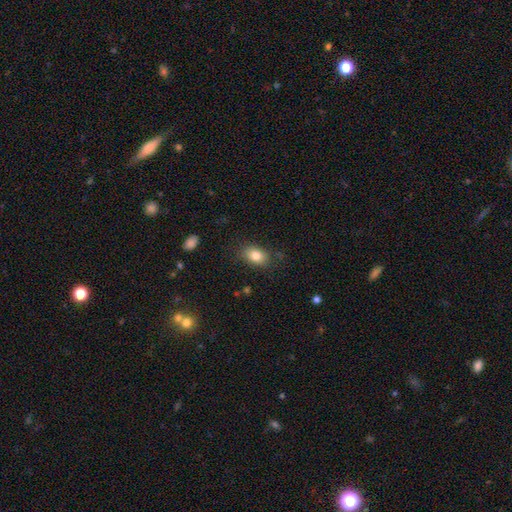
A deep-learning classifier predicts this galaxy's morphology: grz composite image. It shows a smooth galaxy with no disk features (82%) that is in between round and cigar-shaped (81%). Merging: none (81%).